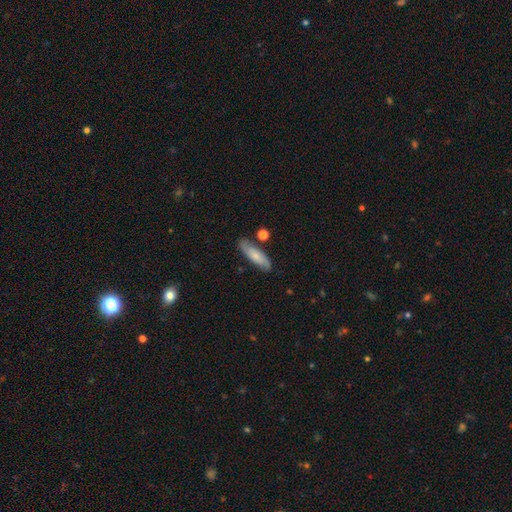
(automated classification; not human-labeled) The model was most divided on "how rounded": cigar-shaped: 51%, in between: 46%, round: 2%. More confident: merging — none (74%); smooth or featured — smooth (61%).